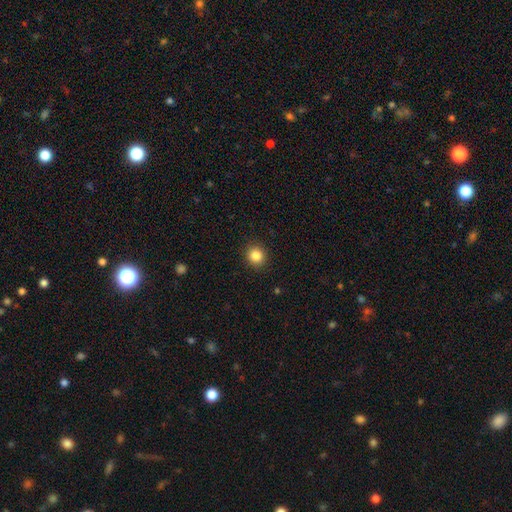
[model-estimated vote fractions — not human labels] This is clearly a smooth galaxy (85%). How rounded: clearly round (89%). Merging: clearly none (91%).